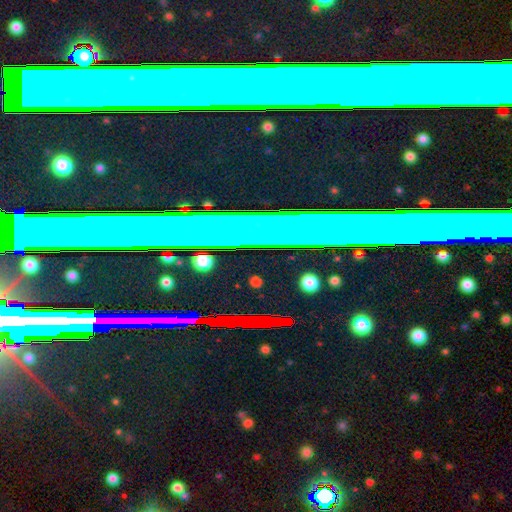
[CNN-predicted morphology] type=star or artifact (75%).